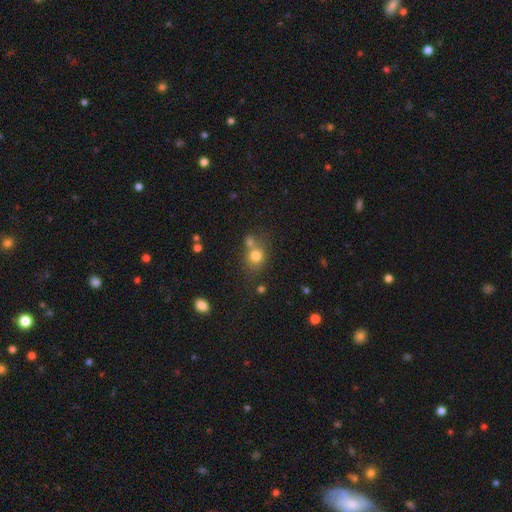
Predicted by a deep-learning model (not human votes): smooth-or-featured: smooth: 76% | star or artifact: 14% | featured or disk: 10%
  how-rounded: round: 75% | in between: 24% | cigar-shaped: 1%
  merging: none: 54% | merger: 31% | minor disturbance: 11% | major disturbance: 5%